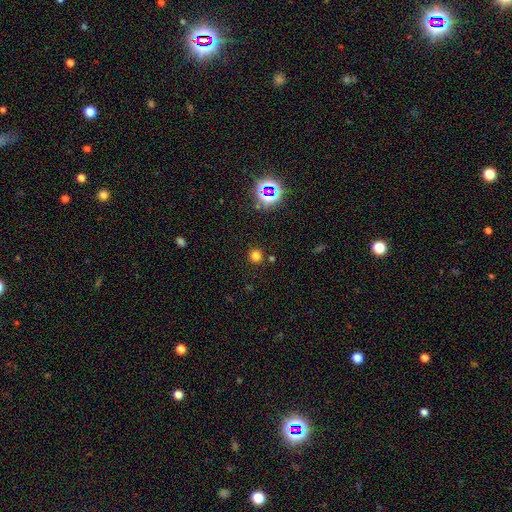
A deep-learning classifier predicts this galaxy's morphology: Smooth or featured? smooth (73%)
How rounded? round (94%)
Merging? none (88%)